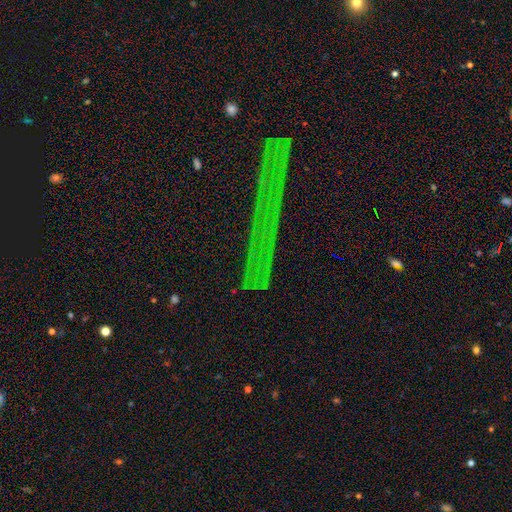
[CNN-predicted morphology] This appears to be a star or artifact, not a galaxy (73%).